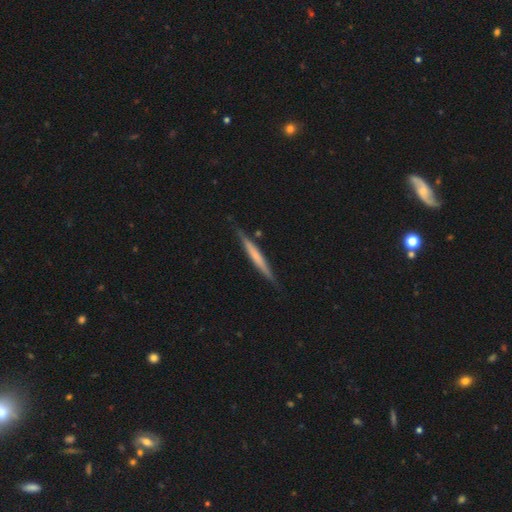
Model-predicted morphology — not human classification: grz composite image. It shows a featured or disk galaxy (50%). Merging: none (87%).